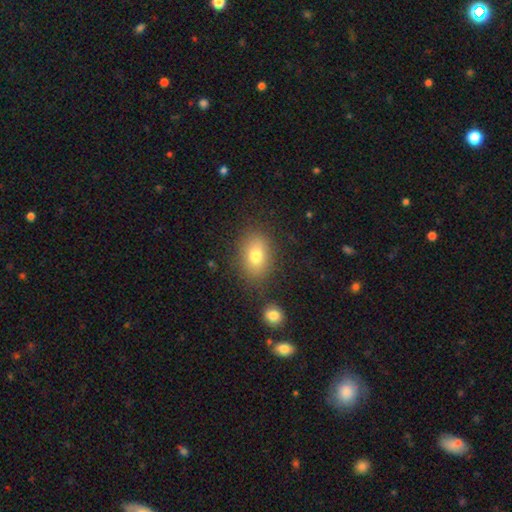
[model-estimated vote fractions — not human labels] smooth-or-featured: smooth: 77% | featured or disk: 13% | star or artifact: 10%
  how-rounded: in between: 77% | round: 21% | cigar-shaped: 2%
  merging: none: 78% | minor disturbance: 12% | merger: 5% | major disturbance: 4%